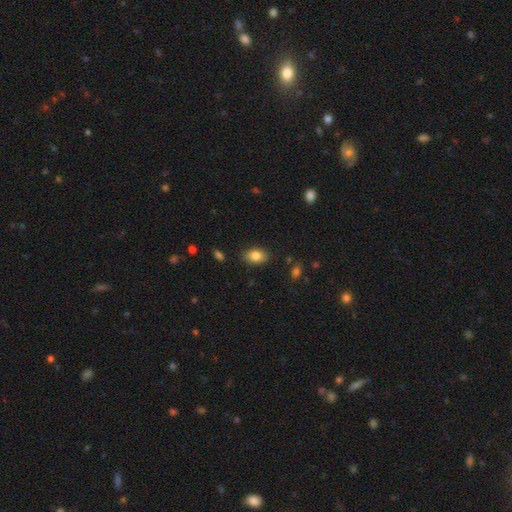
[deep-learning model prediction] A smooth galaxy with no disk features (83%) that is in between round and cigar-shaped (82%). Merging: none (85%).